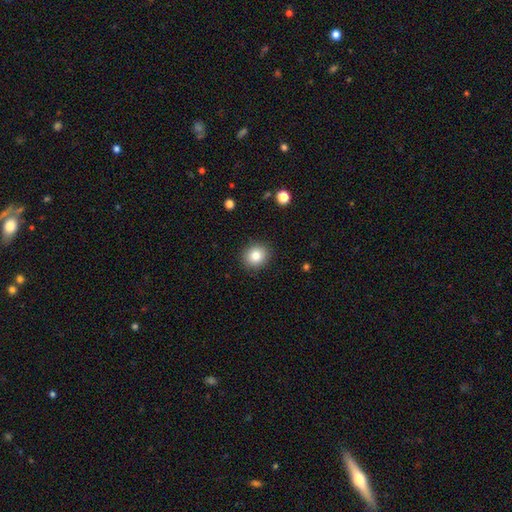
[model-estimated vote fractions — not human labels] smooth-or-featured: smooth: 81% | star or artifact: 10% | featured or disk: 8%
  how-rounded: round: 80% | in between: 19% | cigar-shaped: 1%
  merging: none: 90% | minor disturbance: 7% | major disturbance: 2% | merger: 1%